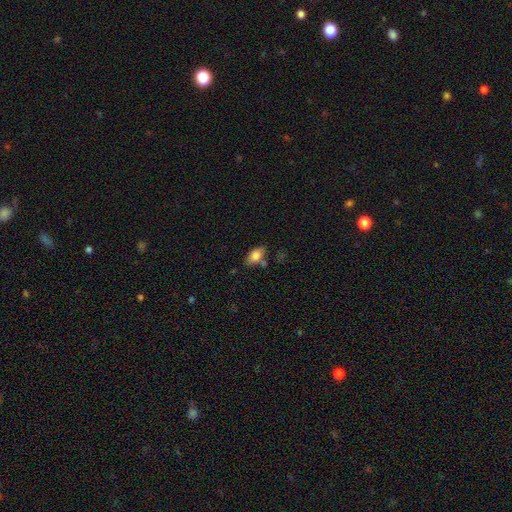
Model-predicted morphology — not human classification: Smooth or featured? Predicted: smooth (p=0.77). How rounded? Predicted: in between (p=0.88). Merging? Predicted: none (p=0.64).